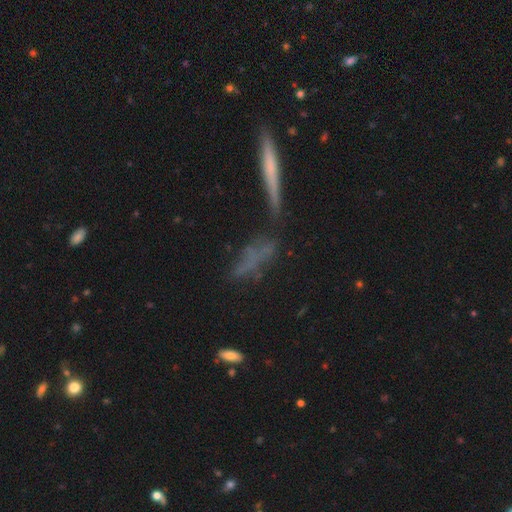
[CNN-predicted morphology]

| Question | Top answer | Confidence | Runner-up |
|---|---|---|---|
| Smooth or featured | smooth | 47% | featured or disk (37%) |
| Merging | none | 52% | minor disturbance (19%) |